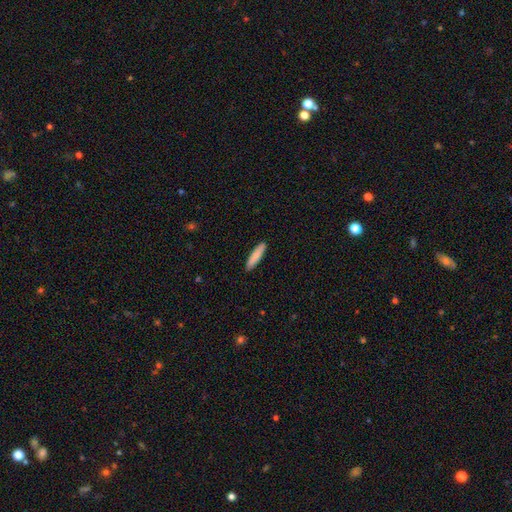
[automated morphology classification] type=smooth (84%); roundness=cigar-shaped (84%); merging=none (91%).